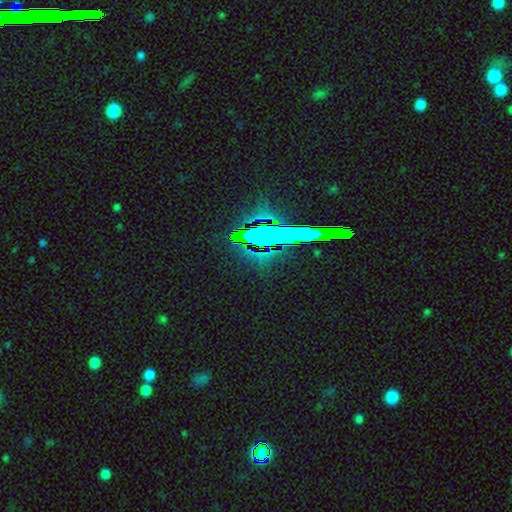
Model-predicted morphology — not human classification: This appears to be a star or artifact, not a galaxy (81%).